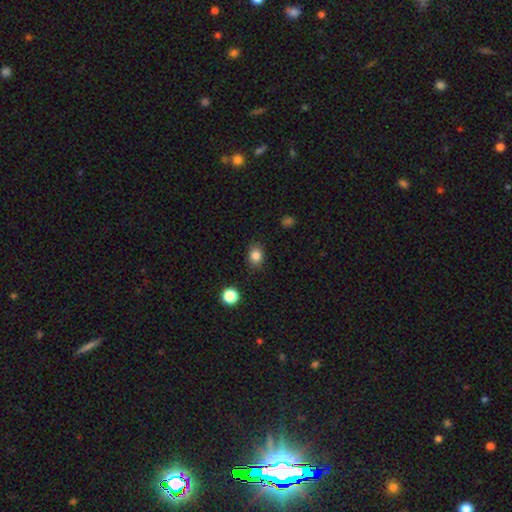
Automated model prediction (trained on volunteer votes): The model was most divided on "how rounded": round: 50%, in between: 49%, cigar-shaped: 1%. More confident: merging — none (86%); smooth or featured — smooth (83%).